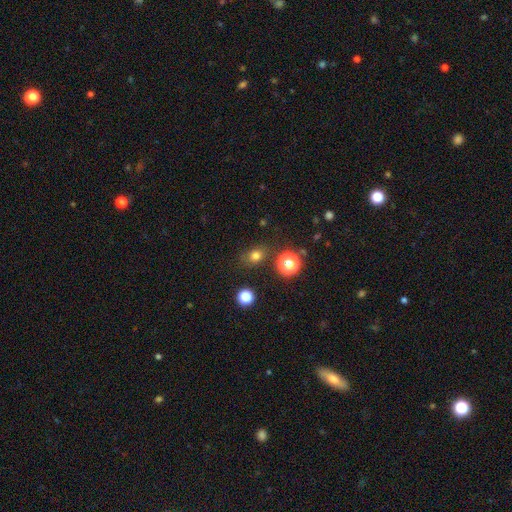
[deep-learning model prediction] smooth-or-featured: smooth: 75% | star or artifact: 18% | featured or disk: 6%
  how-rounded: round: 57% | in between: 42% | cigar-shaped: 1%
  merging: none: 80% | minor disturbance: 12% | major disturbance: 4% | merger: 3%